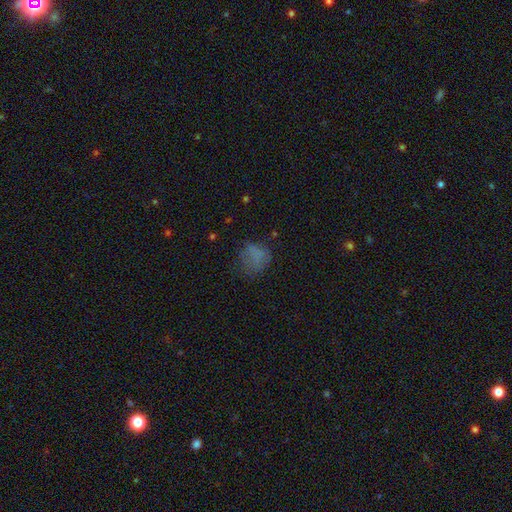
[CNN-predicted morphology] smooth 67%, star or artifact 18%, featured or disk 15%. Down the decision tree: how rounded — round (67%); merging — none (55%).